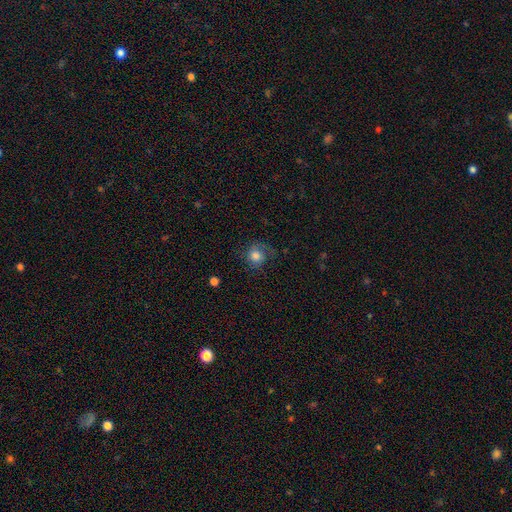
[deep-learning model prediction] Q: Smooth or featured?
A: smooth (70%); runner-up: featured or disk (20%)
Q: How rounded?
A: round (83%); runner-up: in between (16%)
Q: Merging?
A: none (59%); runner-up: minor disturbance (22%)